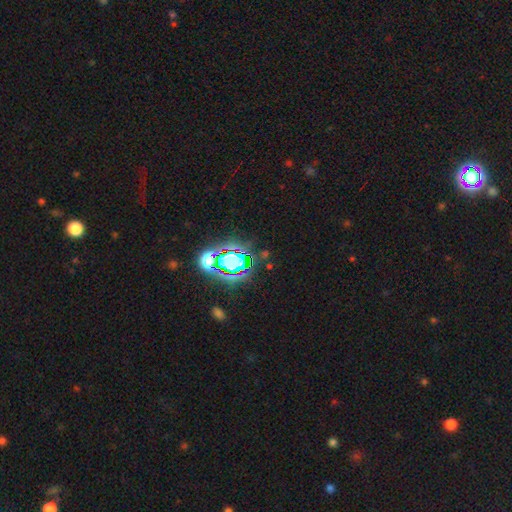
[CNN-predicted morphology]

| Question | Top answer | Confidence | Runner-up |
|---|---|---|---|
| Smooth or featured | star or artifact | 81% | smooth (12%) |